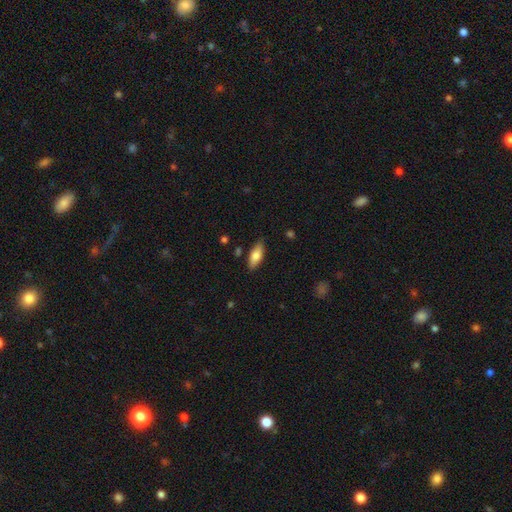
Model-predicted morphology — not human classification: A smooth galaxy with no disk features (78%) that is in between round and cigar-shaped (78%). Merging: none (84%).